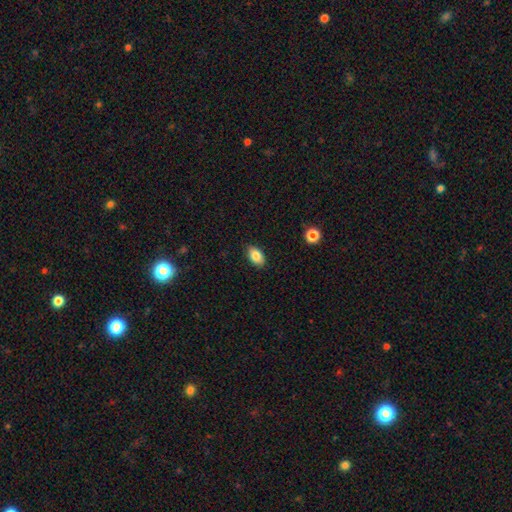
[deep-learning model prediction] This is clearly a smooth galaxy (84%). How rounded: clearly in between (90%). Merging: clearly none (87%).